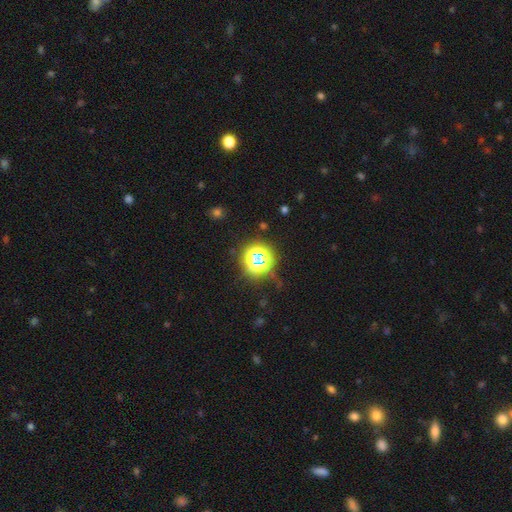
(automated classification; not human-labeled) Smooth or featured: star or artifact — 68% (smooth — 22%)